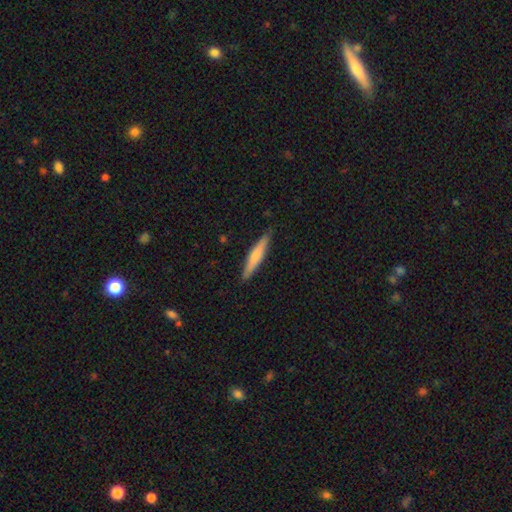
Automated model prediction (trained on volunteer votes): smooth-or-featured: smooth: 63% | featured or disk: 32% | star or artifact: 5%
  how-rounded: cigar-shaped: 91% | in between: 7% | round: 1%
  merging: none: 89% | minor disturbance: 9% | major disturbance: 2% | merger: 1%